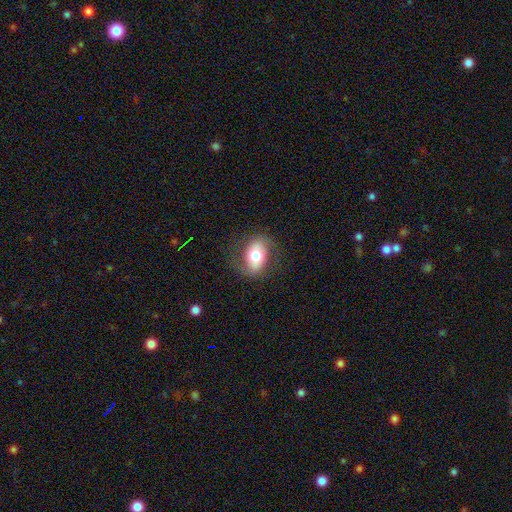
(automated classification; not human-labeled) Smooth or featured? Predicted: smooth (p=0.62). How rounded? Predicted: in between (p=0.84). Merging? Predicted: none (p=0.76).